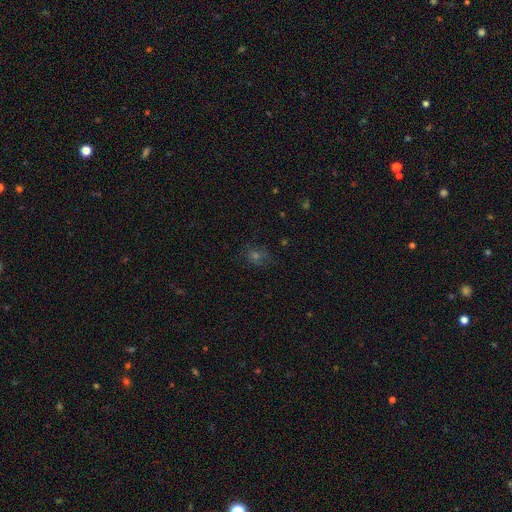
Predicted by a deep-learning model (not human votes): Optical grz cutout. It shows a smooth galaxy with no disk features (42%). Merging: none (75%).